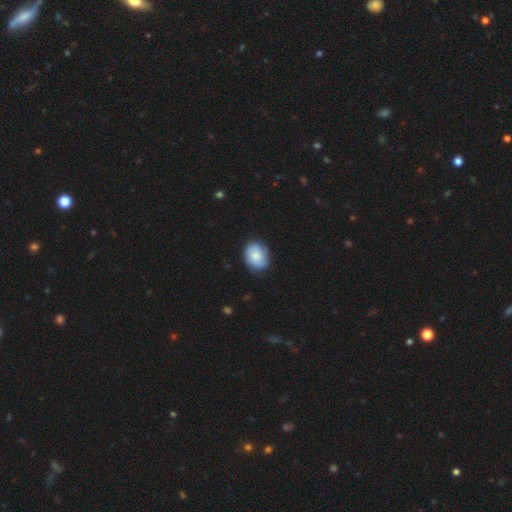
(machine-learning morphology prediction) This is likely a smooth galaxy (68%). How rounded: possibly round (52%). Merging: likely none (79%).